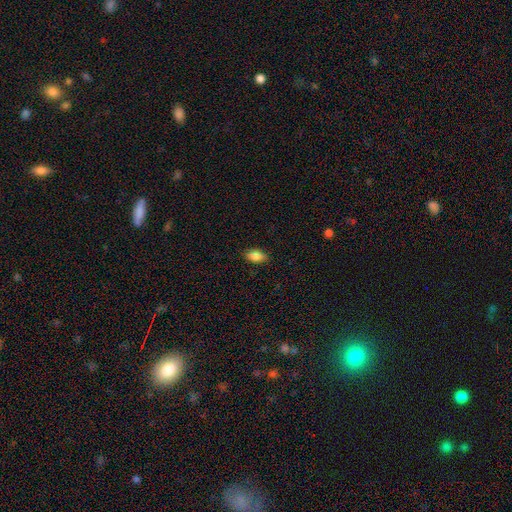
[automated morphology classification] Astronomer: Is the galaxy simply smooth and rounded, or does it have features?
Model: smooth — 86%.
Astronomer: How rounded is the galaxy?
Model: in between — 89%.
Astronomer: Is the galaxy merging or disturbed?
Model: none — 85%.